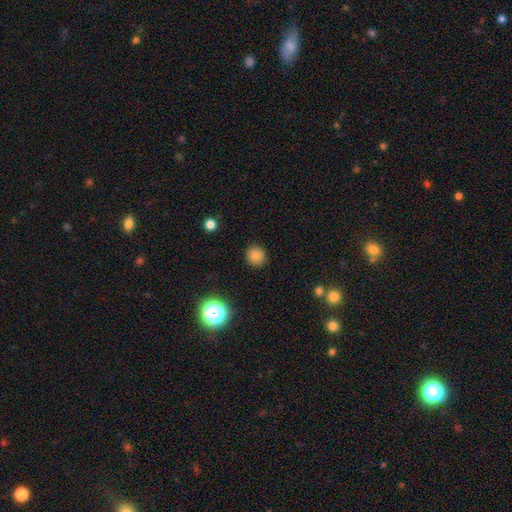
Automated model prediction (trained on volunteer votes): Smooth or featured? smooth (81%)
How rounded? round (90%)
Merging? none (91%)